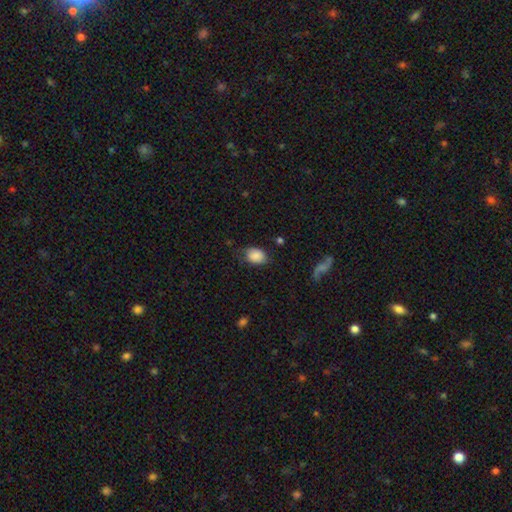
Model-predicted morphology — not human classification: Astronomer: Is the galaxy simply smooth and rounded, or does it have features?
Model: smooth — 83%.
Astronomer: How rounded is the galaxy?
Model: in between — 77%.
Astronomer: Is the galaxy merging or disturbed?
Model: none — 61%.